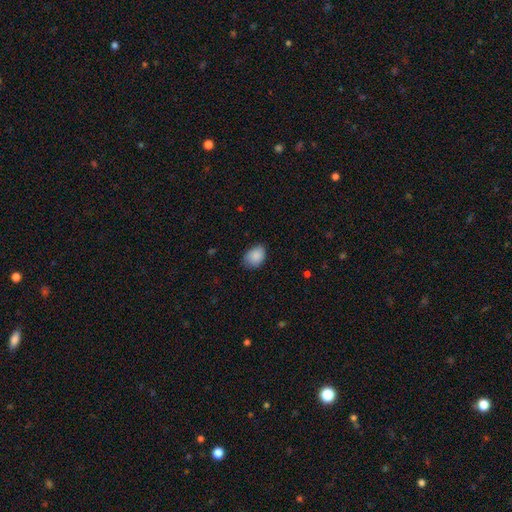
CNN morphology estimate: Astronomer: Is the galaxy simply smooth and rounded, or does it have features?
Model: smooth — 88%.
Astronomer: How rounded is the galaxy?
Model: in between — 67%.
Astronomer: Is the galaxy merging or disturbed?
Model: none — 72%.